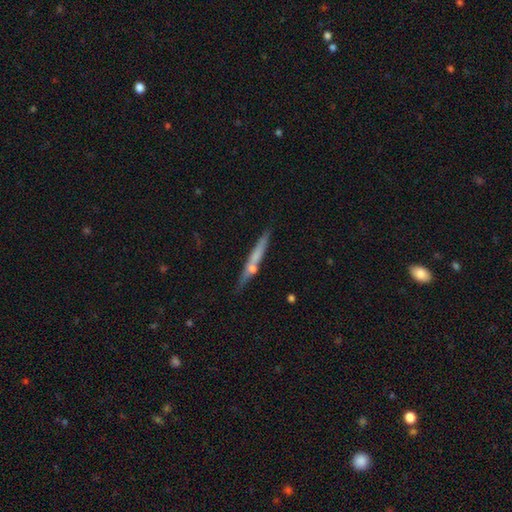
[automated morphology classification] Overall: featured or disk (51%; smooth 42%). Edge-on disk: yes (93%). Merging: none (77%).